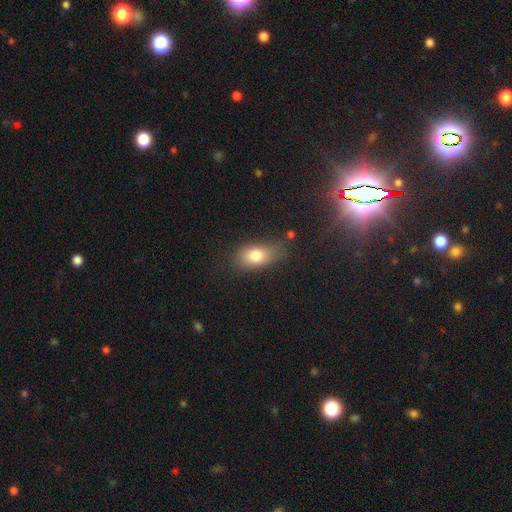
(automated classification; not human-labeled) smooth 79%, featured or disk 12%, star or artifact 9%. Down the decision tree: how rounded — in between (85%); merging — none (69%).